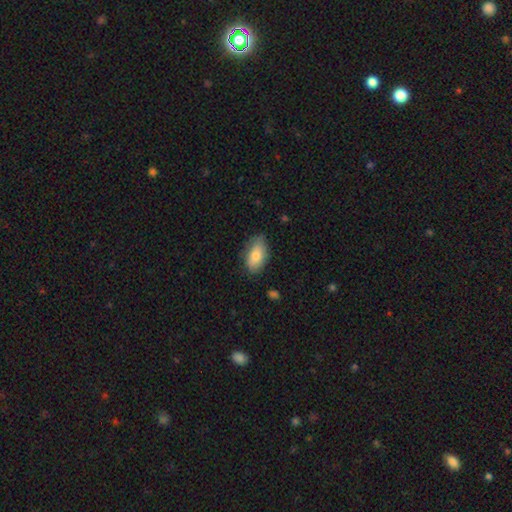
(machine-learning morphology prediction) type=smooth (79%); roundness=in between (92%); merging=none (72%).